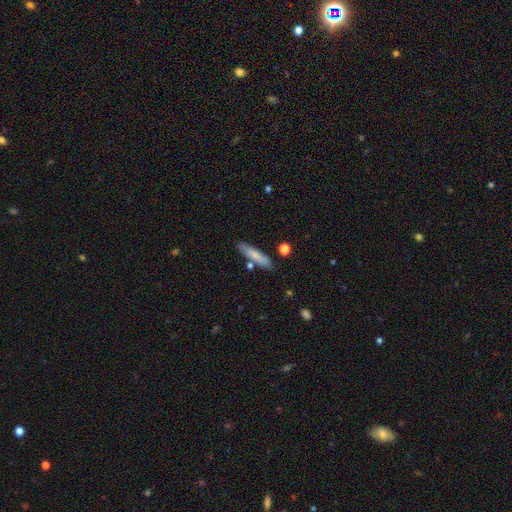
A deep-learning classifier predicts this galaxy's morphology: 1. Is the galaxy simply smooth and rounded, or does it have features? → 76% smooth, 18% featured or disk, 6% star or artifact.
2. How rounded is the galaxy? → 80% cigar-shaped, 19% in between, 2% round.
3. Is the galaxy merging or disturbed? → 80% none, 12% minor disturbance, 6% merger, 2% major disturbance.